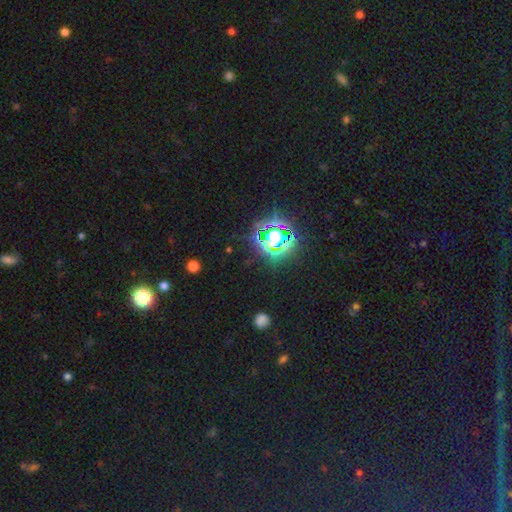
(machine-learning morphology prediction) This appears to be a star or artifact, not a galaxy (77%).